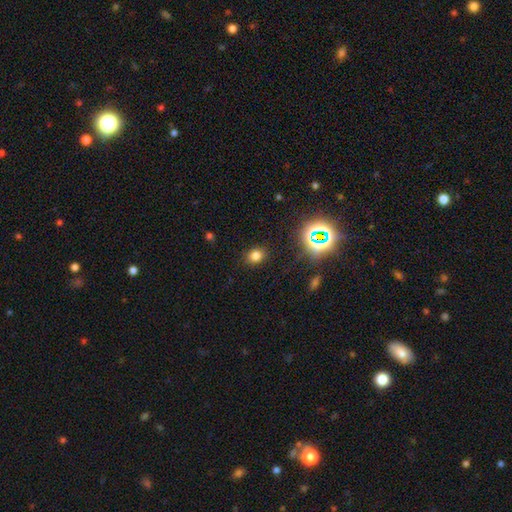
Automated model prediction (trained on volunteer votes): Smooth or featured: smooth — 75% (star or artifact — 19%)
How rounded: round — 53% (in between — 46%)
Merging: none — 87% (minor disturbance — 8%)